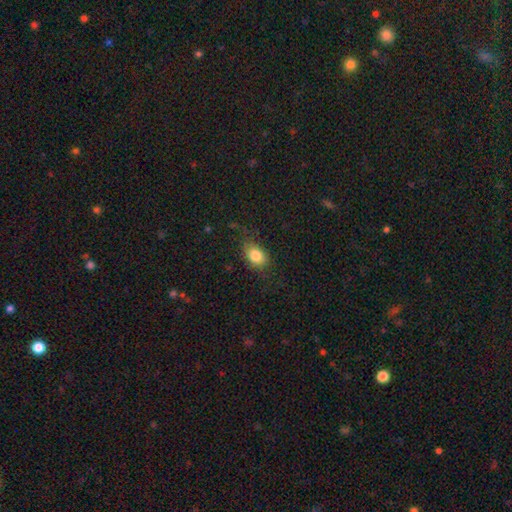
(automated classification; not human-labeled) A smooth galaxy with no disk features (82%) that is in between round and cigar-shaped (76%).

Vote fractions:
- Smooth or featured? smooth: 82% / star or artifact: 9% / featured or disk: 9%
- How rounded? in between: 76% / round: 22% / cigar-shaped: 2%
- Merging? none: 75% / minor disturbance: 18% / major disturbance: 6% / merger: 1%